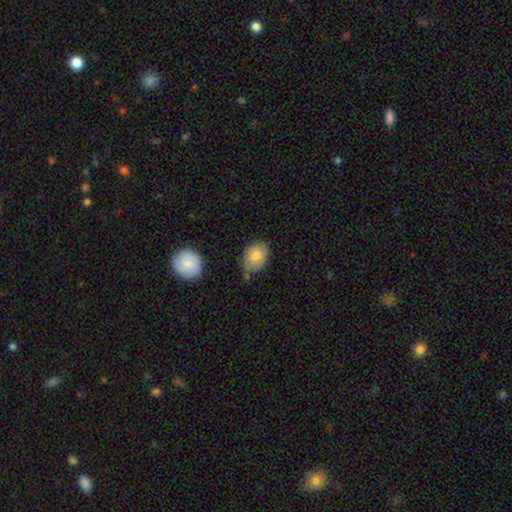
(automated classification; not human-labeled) Overall: smooth (73%). How rounded: in between (71%). Merging: none (54%; minor disturbance 33%).